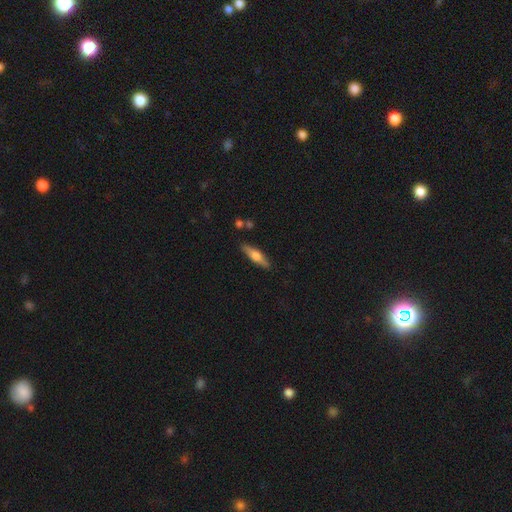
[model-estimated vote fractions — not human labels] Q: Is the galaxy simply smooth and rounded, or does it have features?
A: featured or disk — 48%.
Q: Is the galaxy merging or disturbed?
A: none — 87%.